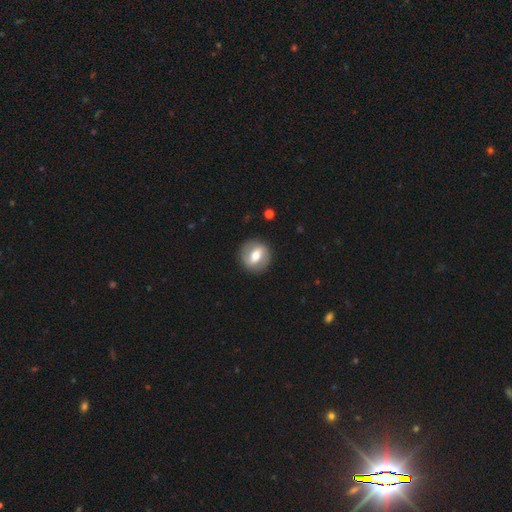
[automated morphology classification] Smooth or featured: smooth — 47% (featured or disk — 46%)
Merging: none — 88% (minor disturbance — 8%)